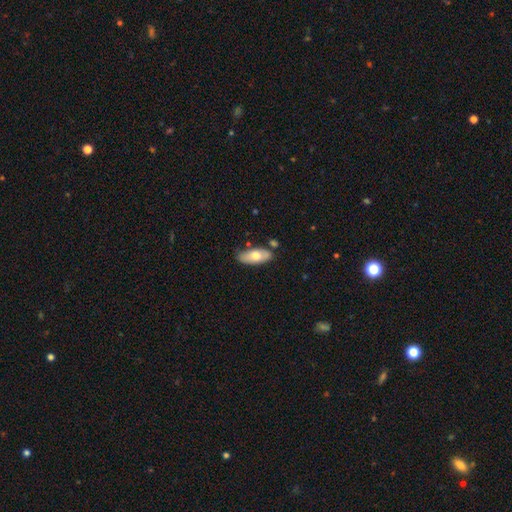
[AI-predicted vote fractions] smooth-or-featured: smooth: 67% | featured or disk: 28% | star or artifact: 6%
  how-rounded: in between: 84% | cigar-shaped: 13% | round: 2%
  merging: none: 75% | minor disturbance: 16% | merger: 6% | major disturbance: 3%